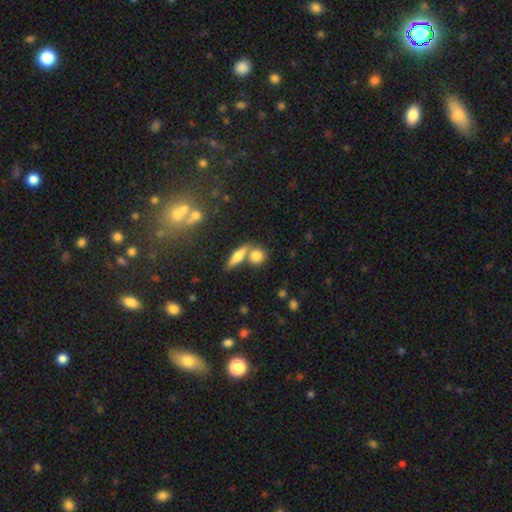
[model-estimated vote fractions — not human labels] This appears to be a smooth galaxy with no disk features (76%) that is round (64%). Merging: none (59%).